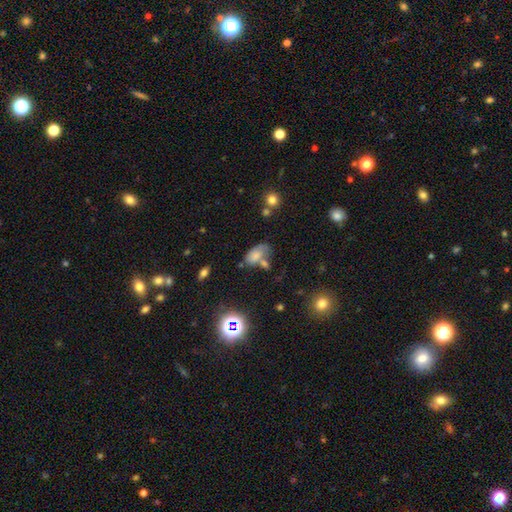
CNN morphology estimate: smooth-or-featured: smooth: 69% | featured or disk: 17% | star or artifact: 14%
  how-rounded: in between: 91% | round: 6% | cigar-shaped: 2%
  merging: none: 35% | merger: 30% | minor disturbance: 22% | major disturbance: 13%